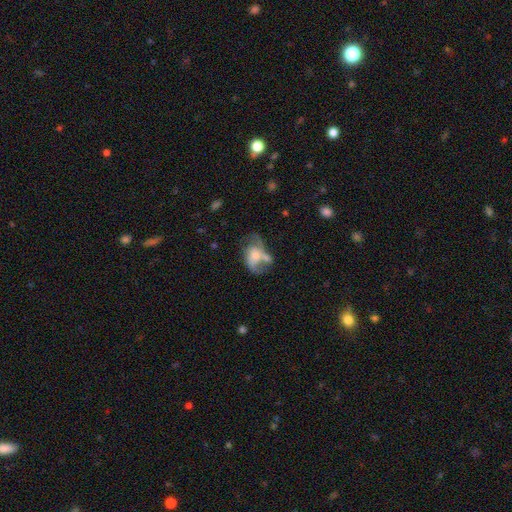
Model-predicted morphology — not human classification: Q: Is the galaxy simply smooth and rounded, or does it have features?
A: featured or disk — 55%.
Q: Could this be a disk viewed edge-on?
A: no — 96%.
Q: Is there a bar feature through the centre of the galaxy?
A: no — 67%.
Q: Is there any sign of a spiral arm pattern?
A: yes — 68%.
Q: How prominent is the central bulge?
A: moderate — 42%.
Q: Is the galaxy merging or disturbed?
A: merger — 31%.